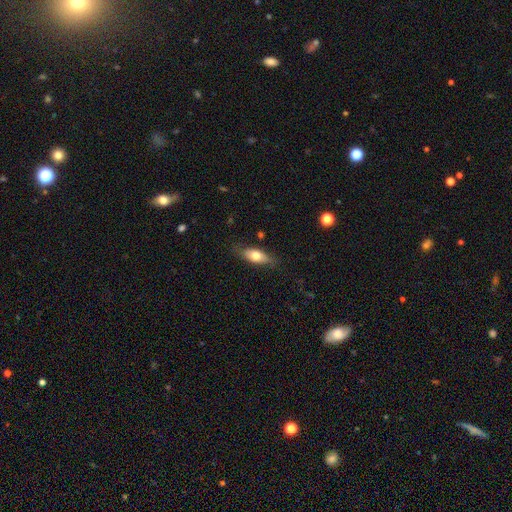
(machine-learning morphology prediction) smooth_or_featured: smooth (p=0.67) [alt: featured or disk p=0.27]
how_rounded: in between (p=0.77) [alt: cigar-shaped p=0.20]
merging: none (p=0.78) [alt: minor disturbance p=0.17]